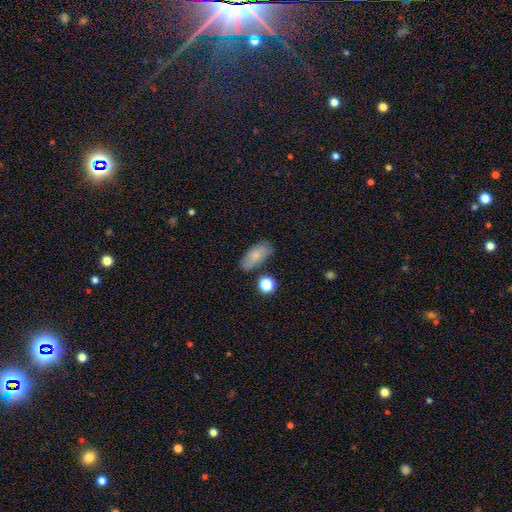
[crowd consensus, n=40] Q: Smooth or featured?
A: smooth (78%); runner-up: featured or disk (15%)
Q: How rounded?
A: in between (77%); runner-up: round (13%)
Q: Merging?
A: none (73%); runner-up: minor disturbance (19%)